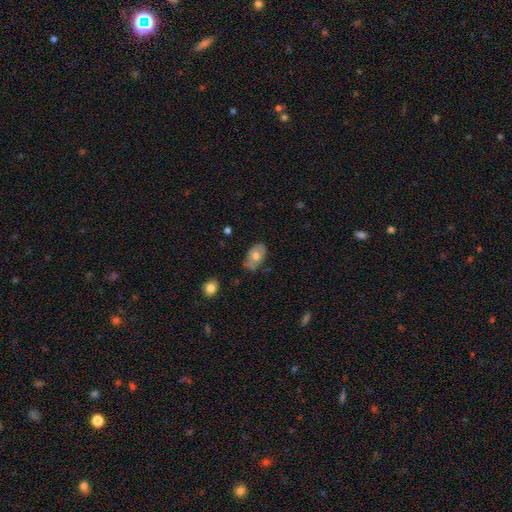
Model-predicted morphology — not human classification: This appears to be a smooth galaxy with no disk features (58%) that is in between round and cigar-shaped (87%). Merging: none (60%).